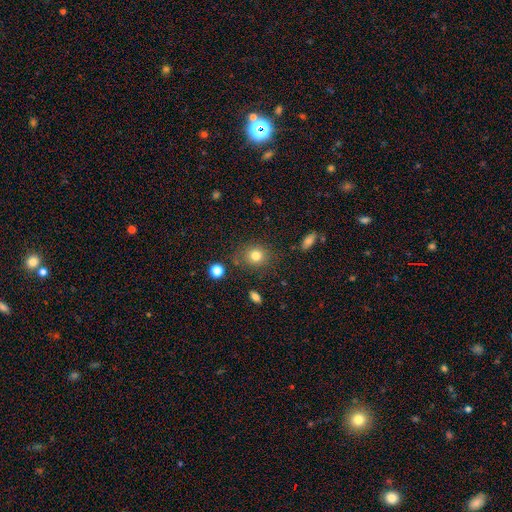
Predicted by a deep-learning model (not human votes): Smooth or featured? Predicted: smooth (p=0.80). How rounded? Predicted: round (p=0.78). Merging? Predicted: none (p=0.80).